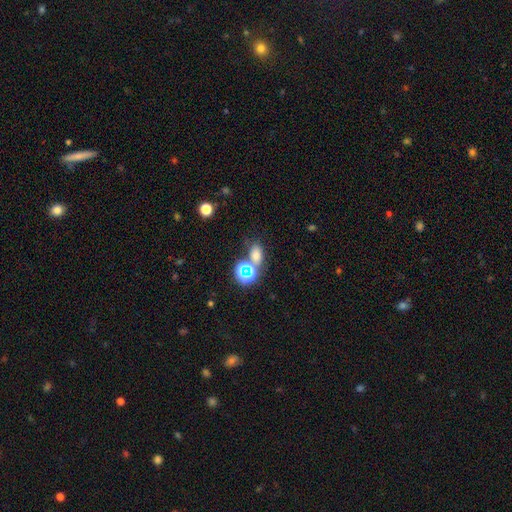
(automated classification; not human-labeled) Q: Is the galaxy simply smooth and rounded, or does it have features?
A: smooth — 63%.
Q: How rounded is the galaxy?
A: in between — 72%.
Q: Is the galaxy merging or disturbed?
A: none — 59%.